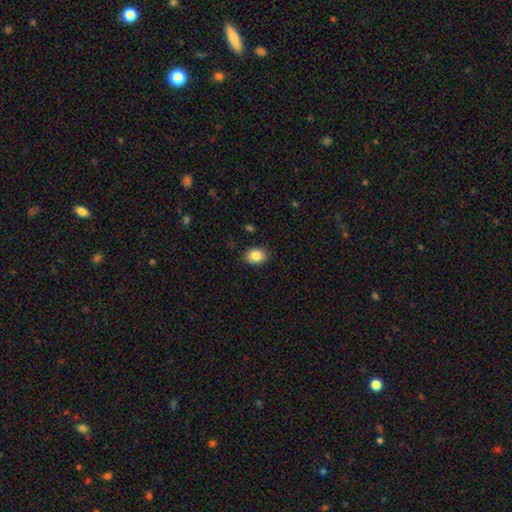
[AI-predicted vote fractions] Q: Smooth or featured?
A: smooth (84%); runner-up: star or artifact (8%)
Q: How rounded?
A: in between (71%); runner-up: round (28%)
Q: Merging?
A: none (87%); runner-up: minor disturbance (9%)